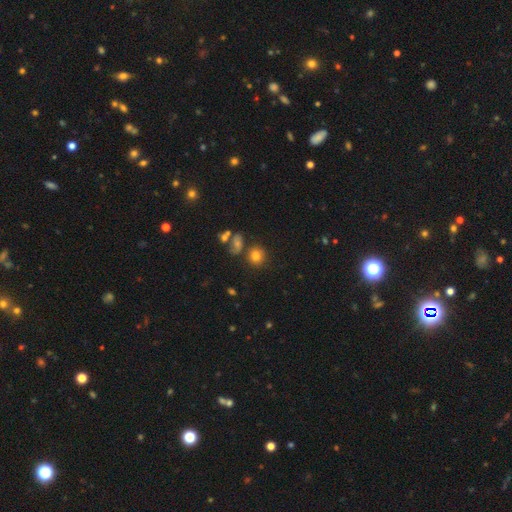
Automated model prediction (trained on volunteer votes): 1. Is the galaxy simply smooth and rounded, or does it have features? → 78% smooth, 13% star or artifact, 9% featured or disk.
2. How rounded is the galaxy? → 81% round, 17% in between, 1% cigar-shaped.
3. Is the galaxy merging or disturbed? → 73% none, 12% minor disturbance, 10% merger, 5% major disturbance.